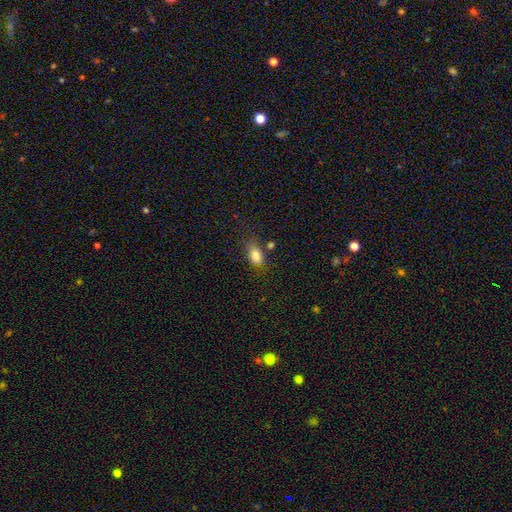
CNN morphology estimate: smooth_or_featured: smooth (p=0.84) [alt: star or artifact p=0.09]
how_rounded: in between (p=0.86) [alt: round p=0.11]
merging: none (p=0.66) [alt: minor disturbance p=0.20]